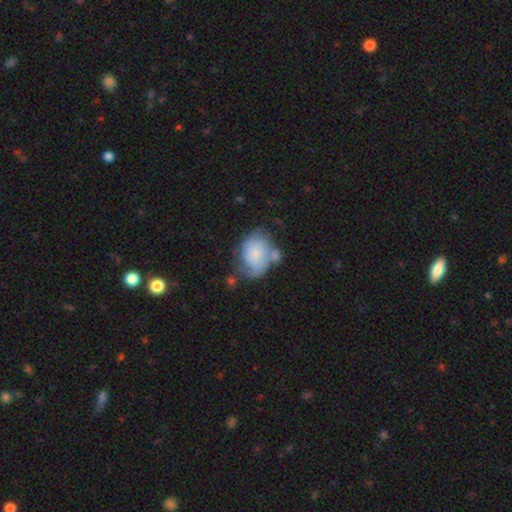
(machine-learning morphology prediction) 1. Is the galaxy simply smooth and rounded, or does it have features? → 50% smooth, 42% featured or disk, 7% star or artifact.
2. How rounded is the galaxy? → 63% in between, 36% round, 1% cigar-shaped.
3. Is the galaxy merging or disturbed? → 34% none, 26% minor disturbance, 21% merger, 18% major disturbance.